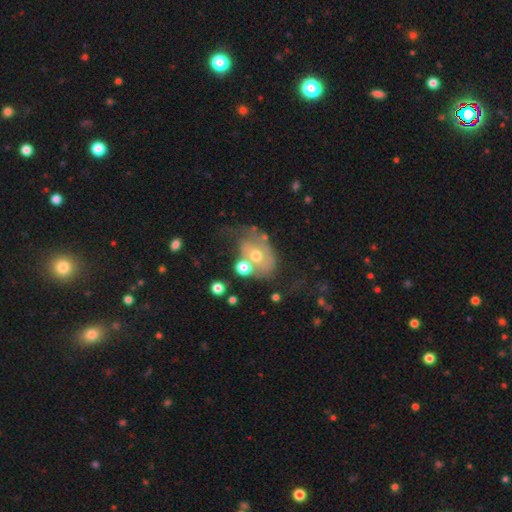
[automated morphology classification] type=featured or disk (58%); edge-on=no (95%); bar=no (73%); spiral arms=yes (61%); bulge=moderate (67%); merging=none (33%).